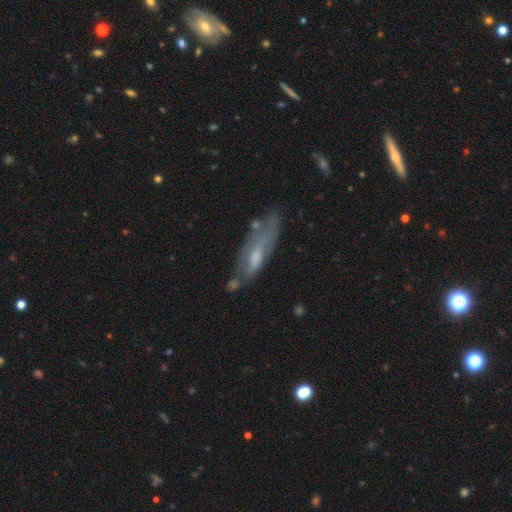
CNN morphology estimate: smooth-or-featured: featured or disk: 48% | smooth: 43% | star or artifact: 9%
  merging: none: 51% | minor disturbance: 28% | major disturbance: 14% | merger: 8%